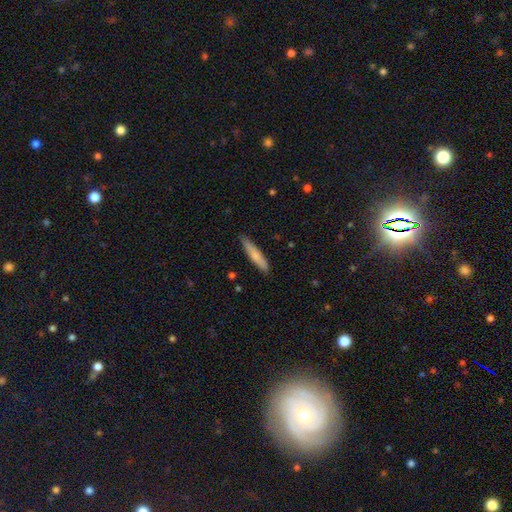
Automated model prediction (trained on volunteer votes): Smooth or featured: smooth — 73% (featured or disk — 22%)
How rounded: cigar-shaped — 87% (in between — 11%)
Merging: none — 85% (minor disturbance — 11%)